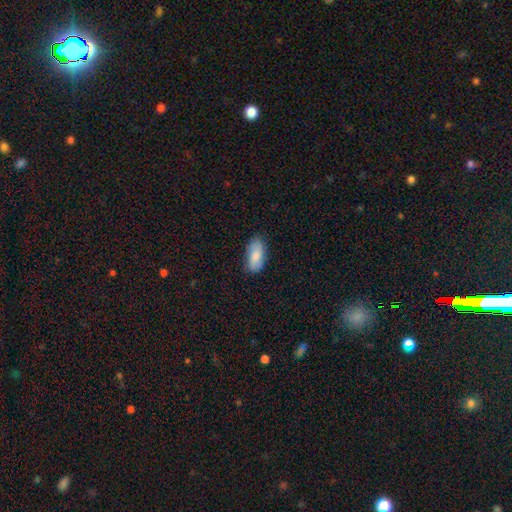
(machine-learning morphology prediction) The model was most divided on "smooth or featured": smooth: 77%, featured or disk: 17%, star or artifact: 6%. More confident: how rounded — in between (91%); merging — none (80%).